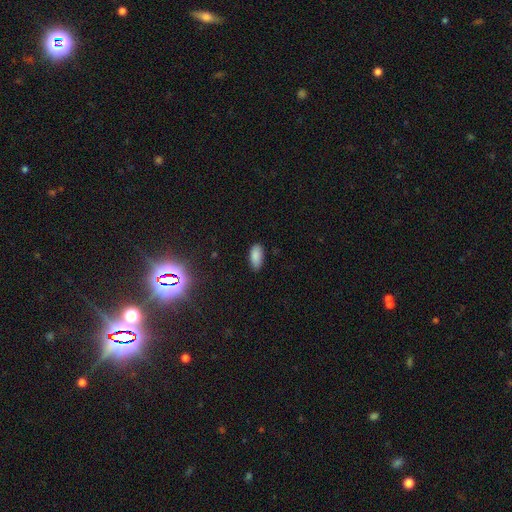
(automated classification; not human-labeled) Morphology: type=smooth (86%); roundness=in between (92%); merging=none (83%).